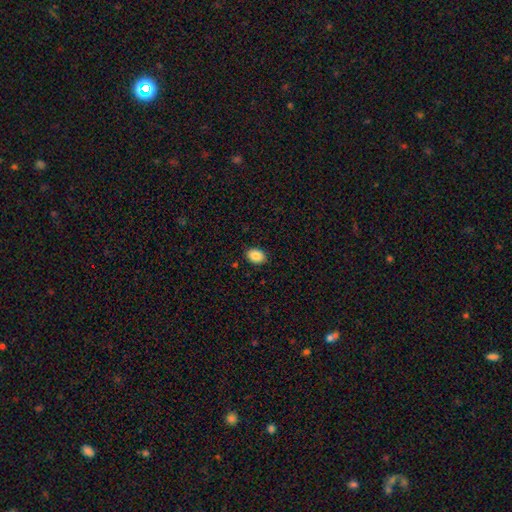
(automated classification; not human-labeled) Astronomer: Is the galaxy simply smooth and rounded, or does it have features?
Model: smooth — 86%.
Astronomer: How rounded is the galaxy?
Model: in between — 71%.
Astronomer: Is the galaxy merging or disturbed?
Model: none — 88%.